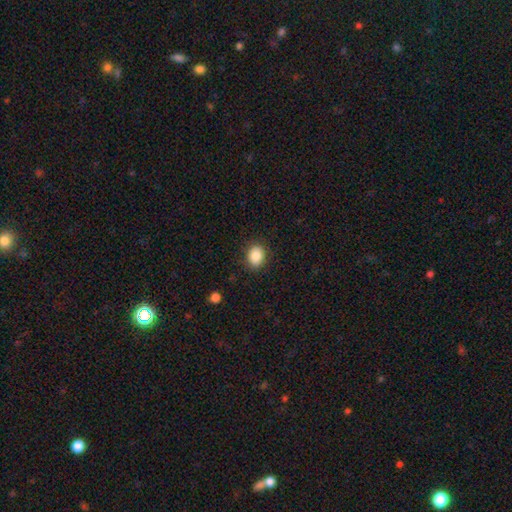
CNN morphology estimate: type=smooth (87%); roundness=in between (54%); merging=none (88%).